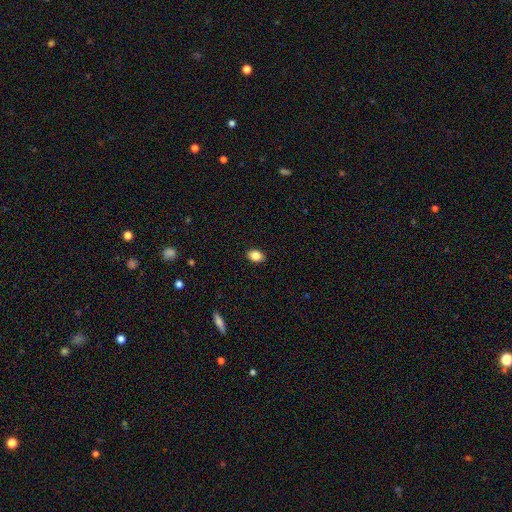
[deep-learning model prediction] smooth_or_featured: smooth (p=0.85) [alt: star or artifact p=0.09]
how_rounded: in between (p=0.74) [alt: round p=0.25]
merging: none (p=0.90) [alt: minor disturbance p=0.07]